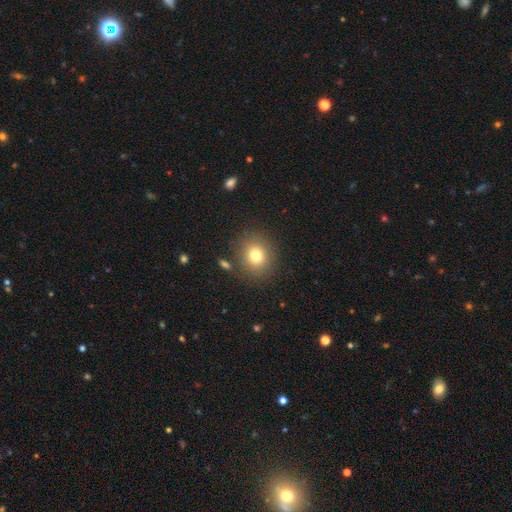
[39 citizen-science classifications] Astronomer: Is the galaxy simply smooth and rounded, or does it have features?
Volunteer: smooth — 79%.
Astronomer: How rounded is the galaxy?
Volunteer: round — 87%.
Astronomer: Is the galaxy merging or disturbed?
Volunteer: none — 94%.